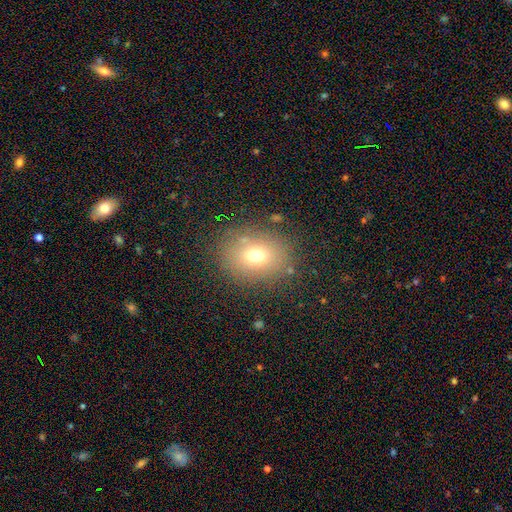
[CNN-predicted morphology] This appears to be a smooth galaxy with no disk features (70%) that is round (51%). Merging: none (81%).